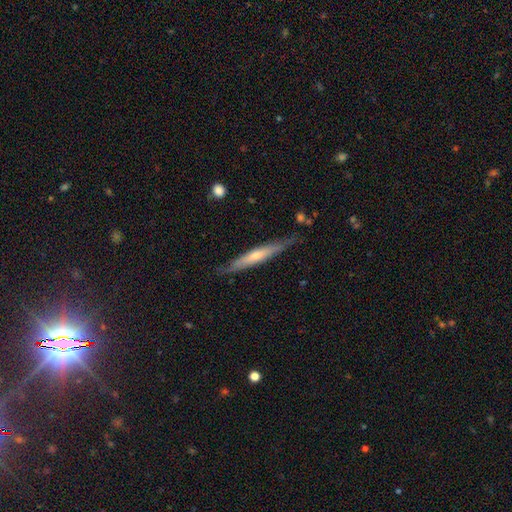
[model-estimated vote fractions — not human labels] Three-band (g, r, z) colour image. It shows a featured or disk galaxy (53%) viewed edge-on (90%). Merging: none (78%).